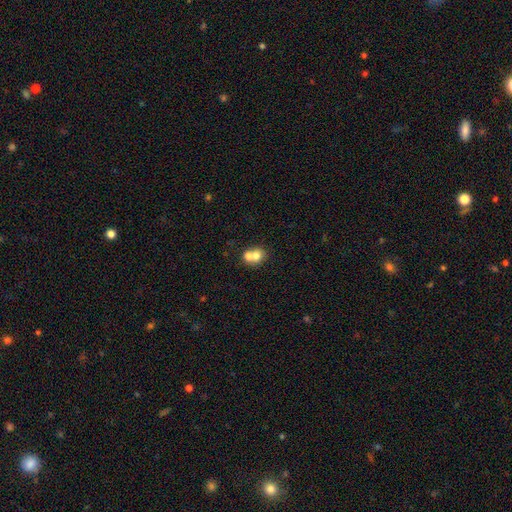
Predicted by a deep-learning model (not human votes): This is likely a smooth galaxy (70%). How rounded: likely round (74%). Merging: possibly merger (57%).